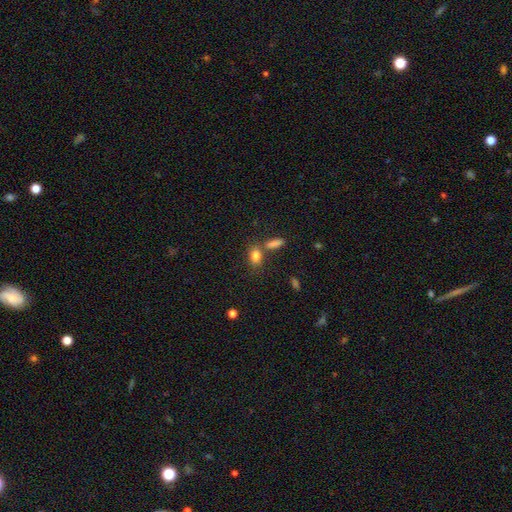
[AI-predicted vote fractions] Smooth or featured?
  - smooth: 82% *
  - star or artifact: 10%
  - featured or disk: 8%
How rounded?
  - in between: 75% *
  - round: 20%
  - cigar-shaped: 6%
Merging?
  - none: 61% *
  - merger: 22%
  - minor disturbance: 13%
  - major disturbance: 4%